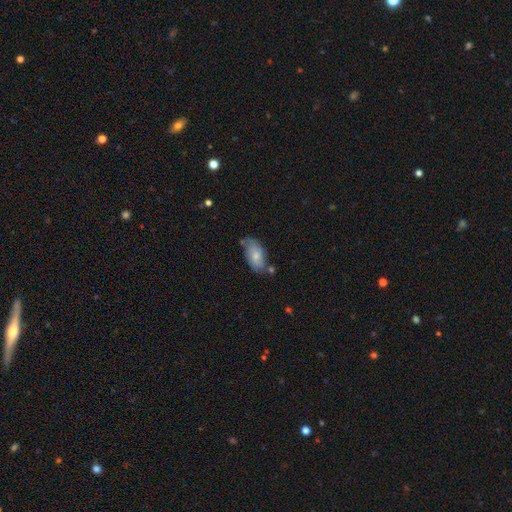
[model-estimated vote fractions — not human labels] smooth-or-featured: smooth: 62% | featured or disk: 31% | star or artifact: 7%
  how-rounded: in between: 92% | cigar-shaped: 5% | round: 3%
  merging: none: 55% | minor disturbance: 28% | merger: 8% | major disturbance: 8%